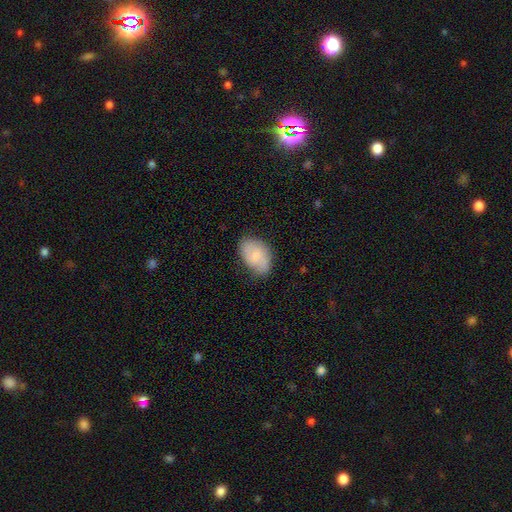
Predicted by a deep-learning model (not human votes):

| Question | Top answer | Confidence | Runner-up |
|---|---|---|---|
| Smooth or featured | smooth | 72% | featured or disk (21%) |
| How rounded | in between | 90% | round (8%) |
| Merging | none | 66% | minor disturbance (27%) |